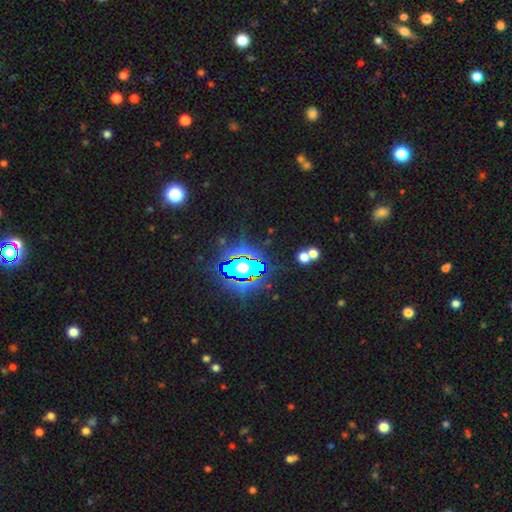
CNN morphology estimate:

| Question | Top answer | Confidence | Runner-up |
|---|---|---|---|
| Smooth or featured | star or artifact | 83% | smooth (10%) |